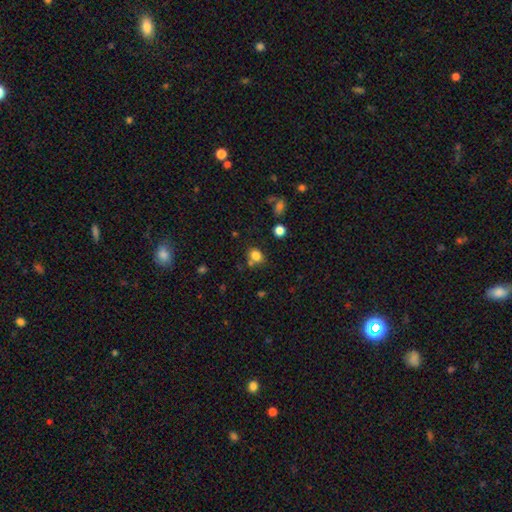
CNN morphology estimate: Overall: smooth (82%). How rounded: round (52%; in between 47%). Merging: none (67%).